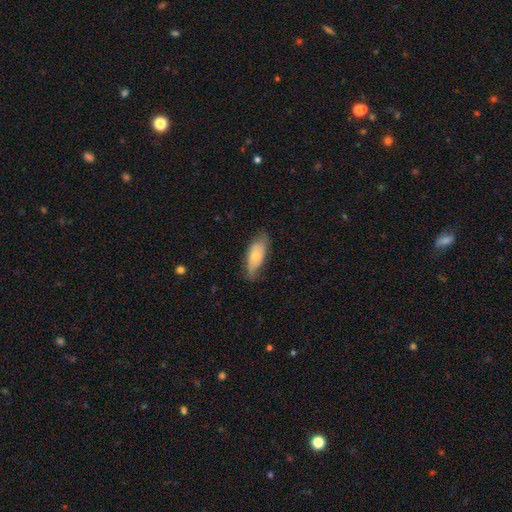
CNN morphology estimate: Q: Smooth or featured?
A: smooth (66%); runner-up: featured or disk (28%)
Q: How rounded?
A: in between (79%); runner-up: cigar-shaped (18%)
Q: Merging?
A: none (65%); runner-up: minor disturbance (27%)